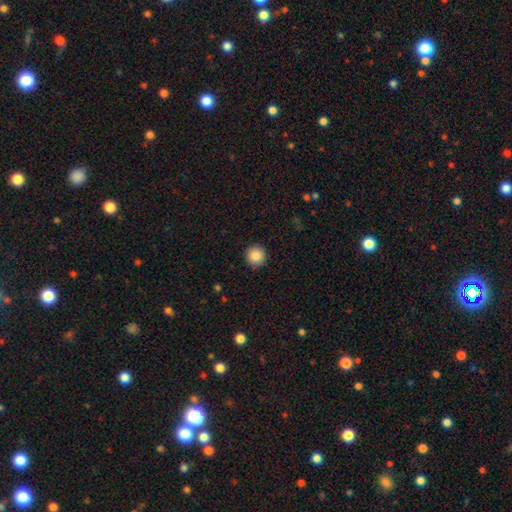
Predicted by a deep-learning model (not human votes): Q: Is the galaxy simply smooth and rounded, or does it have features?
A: smooth — 86%.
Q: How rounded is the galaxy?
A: round — 94%.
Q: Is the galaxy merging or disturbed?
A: none — 92%.